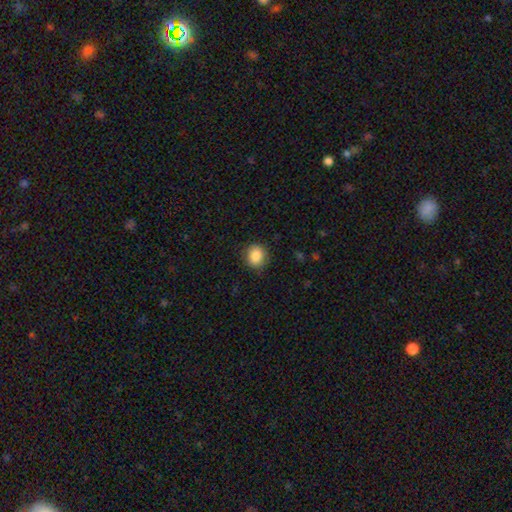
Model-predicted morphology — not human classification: Smooth or featured? smooth (86%)
How rounded? round (79%)
Merging? none (86%)